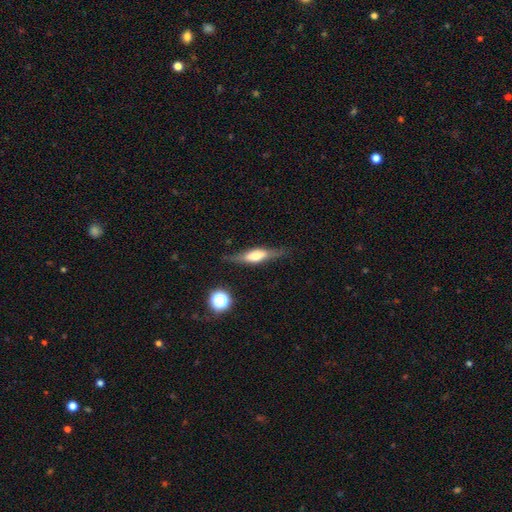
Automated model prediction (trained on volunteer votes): smooth_or_featured: featured or disk (p=0.54) [alt: smooth p=0.39]
disk_edge_on: yes (p=0.91) [alt: no p=0.09]
merging: none (p=0.79) [alt: minor disturbance p=0.14]